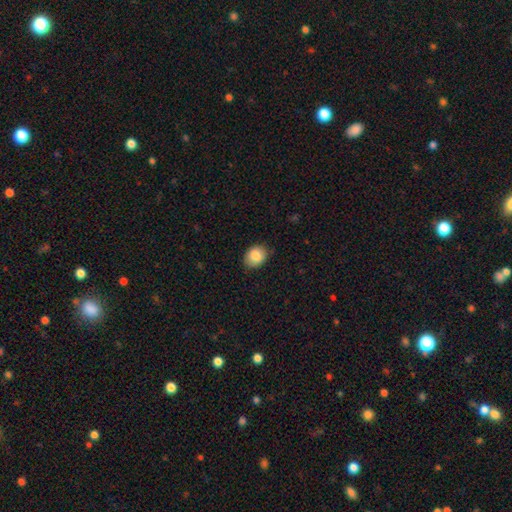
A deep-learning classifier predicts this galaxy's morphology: This is clearly a smooth galaxy (86%). How rounded: possibly in between (59%). Merging: clearly none (84%).